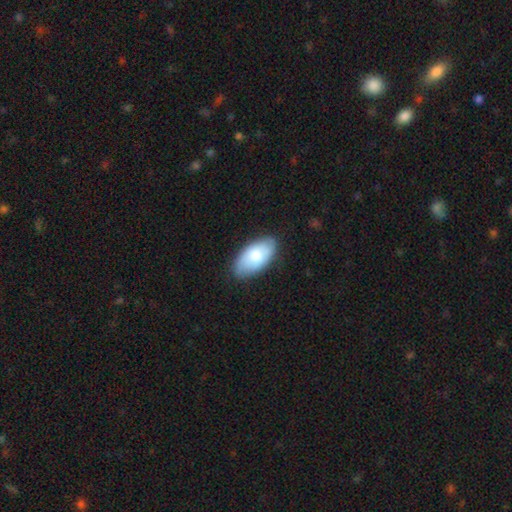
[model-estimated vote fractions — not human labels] smooth 72%, featured or disk 22%, star or artifact 6%. Down the decision tree: how rounded — in between (95%); merging — none (79%).